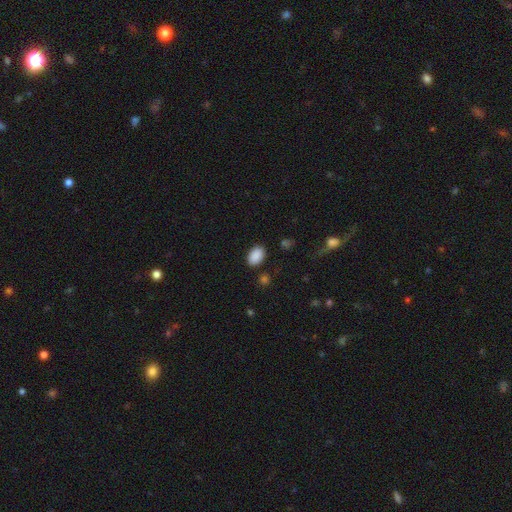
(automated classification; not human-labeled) A smooth galaxy with no disk features (89%) that is in between round and cigar-shaped (89%).

Vote fractions:
- Smooth or featured? smooth: 89% / star or artifact: 8% / featured or disk: 3%
- How rounded? in between: 89% / round: 10% / cigar-shaped: 1%
- Merging? none: 86% / minor disturbance: 10% / major disturbance: 3% / merger: 2%